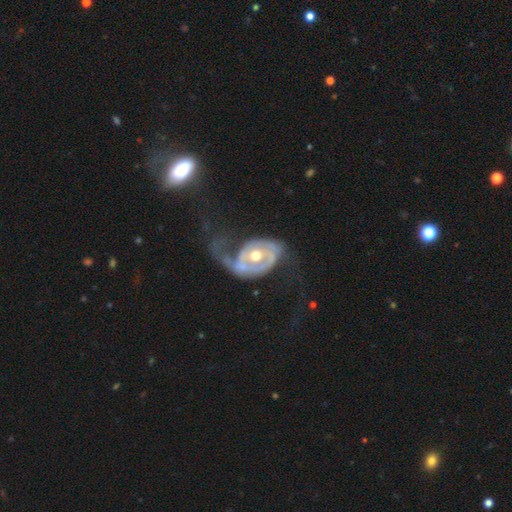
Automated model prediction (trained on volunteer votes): smooth_or_featured: featured or disk (p=0.83) [alt: smooth p=0.12]
disk_edge_on: no (p=0.96) [alt: yes p=0.04]
bar: no (p=0.70) [alt: weak p=0.22]
has_spiral_arms: yes (p=0.80) [alt: no p=0.20]
spiral_winding: loose (p=0.36) [alt: medium p=0.33]
spiral_arm_count: 2 (p=0.51) [alt: 1 p=0.31]
bulge_size: moderate (p=0.76) [alt: small p=0.16]
merging: major disturbance (p=0.55) [alt: none p=0.21]